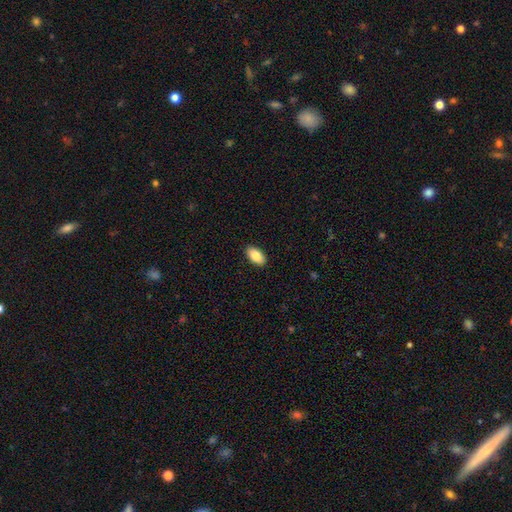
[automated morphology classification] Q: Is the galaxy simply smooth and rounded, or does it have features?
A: smooth — 86%.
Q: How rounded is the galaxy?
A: in between — 94%.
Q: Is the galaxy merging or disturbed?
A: none — 90%.